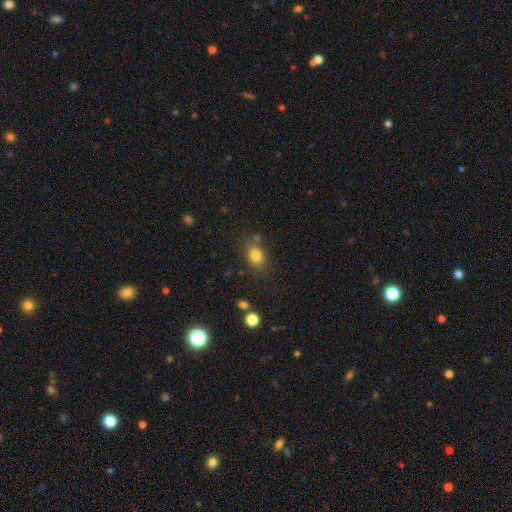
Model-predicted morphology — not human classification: The model was most divided on "how rounded": in between: 64%, round: 34%, cigar-shaped: 2%. More confident: smooth or featured — smooth (81%); merging — none (72%).